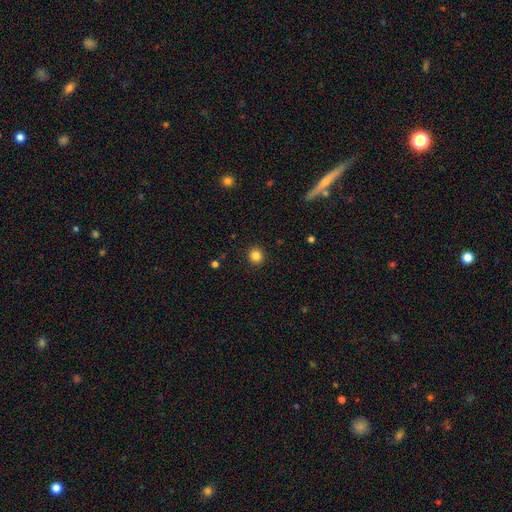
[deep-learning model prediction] Overall: smooth (84%). How rounded: round (90%). Merging: none (92%).